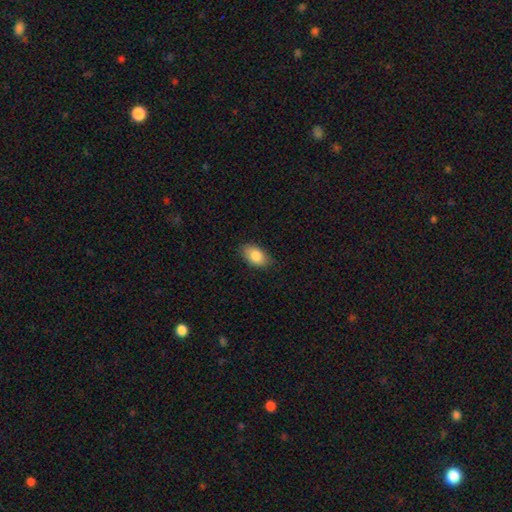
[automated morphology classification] A smooth galaxy with no disk features (85%) that is in between round and cigar-shaped (93%). Merging: none (83%).